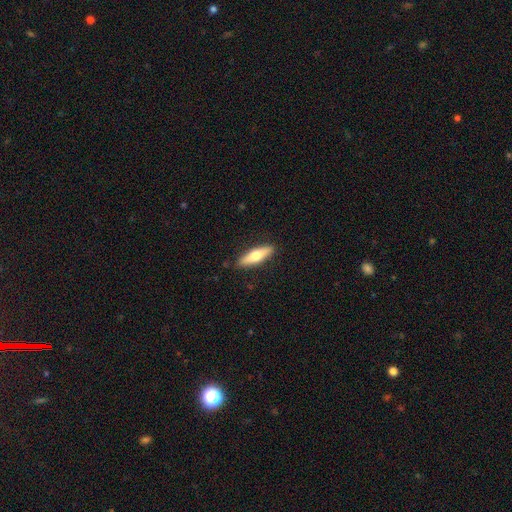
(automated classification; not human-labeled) smooth 59%, featured or disk 36%, star or artifact 5%. Down the decision tree: how rounded — cigar-shaped (61%); merging — none (88%).